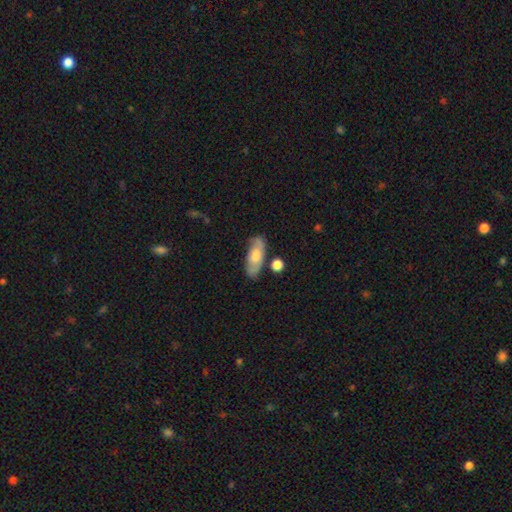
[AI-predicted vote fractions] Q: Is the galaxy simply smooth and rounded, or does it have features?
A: smooth — 54%.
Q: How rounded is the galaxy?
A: in between — 80%.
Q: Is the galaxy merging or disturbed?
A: none — 72%.